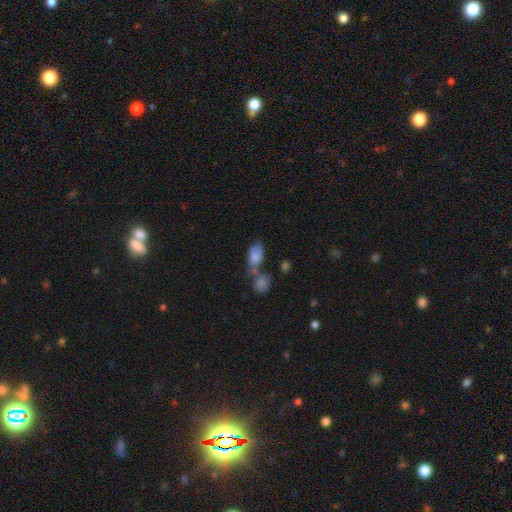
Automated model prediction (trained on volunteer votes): Smooth or featured? Predicted: smooth (p=0.67). How rounded? Predicted: in between (p=0.86). Merging? Predicted: merger (p=0.42).